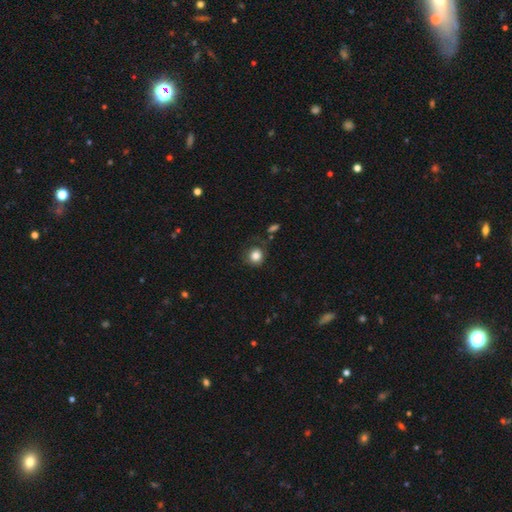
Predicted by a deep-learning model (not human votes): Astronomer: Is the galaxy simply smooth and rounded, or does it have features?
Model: smooth — 83%.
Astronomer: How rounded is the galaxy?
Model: round — 85%.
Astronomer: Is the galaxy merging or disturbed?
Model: none — 67%.